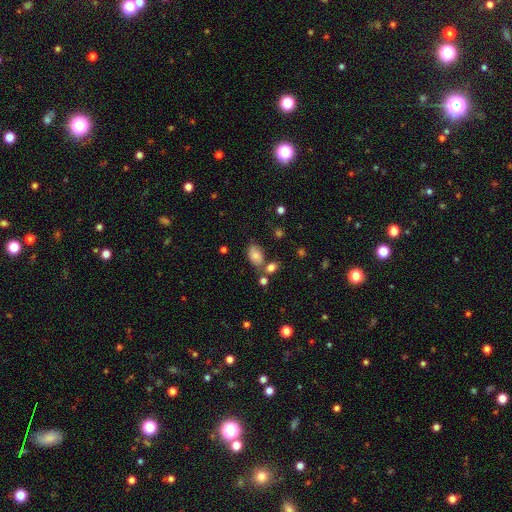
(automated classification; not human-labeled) A smooth galaxy with no disk features (75%) that is in between round and cigar-shaped (89%).

Vote fractions:
- Smooth or featured? smooth: 75% / featured or disk: 15% / star or artifact: 10%
- How rounded? in between: 89% / round: 10% / cigar-shaped: 2%
- Merging? none: 60% / minor disturbance: 19% / merger: 15% / major disturbance: 6%